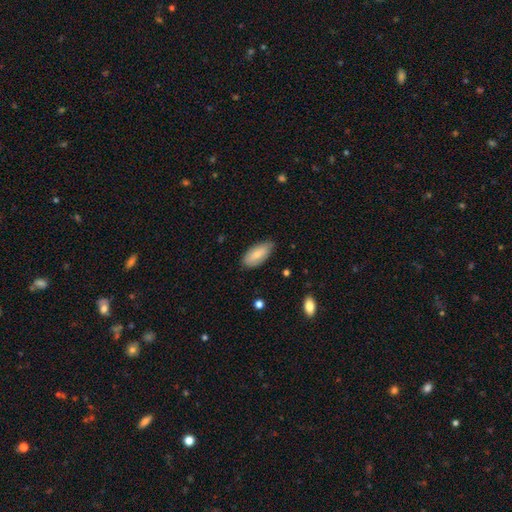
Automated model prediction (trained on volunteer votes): Smooth or featured? smooth (77%)
How rounded? in between (91%)
Merging? none (75%)